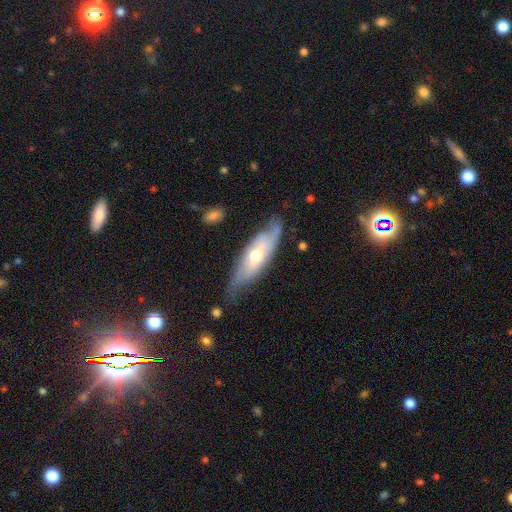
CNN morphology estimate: A featured or disk galaxy (59%).

Vote fractions:
- Smooth or featured? featured or disk: 59% / smooth: 35% / star or artifact: 6%
- Edge-on disk? no: 63% / yes: 37%
- Merging? none: 63% / minor disturbance: 26% / major disturbance: 8% / merger: 3%